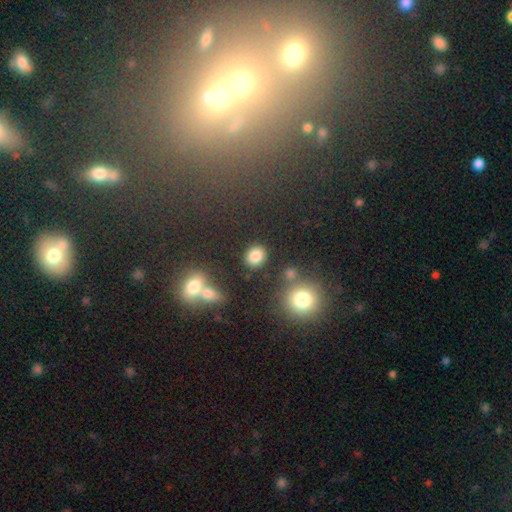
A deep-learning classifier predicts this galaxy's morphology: smooth-or-featured: smooth: 84% | star or artifact: 11% | featured or disk: 6%
  how-rounded: round: 63% | in between: 36% | cigar-shaped: 1%
  merging: none: 81% | minor disturbance: 9% | merger: 6% | major disturbance: 4%